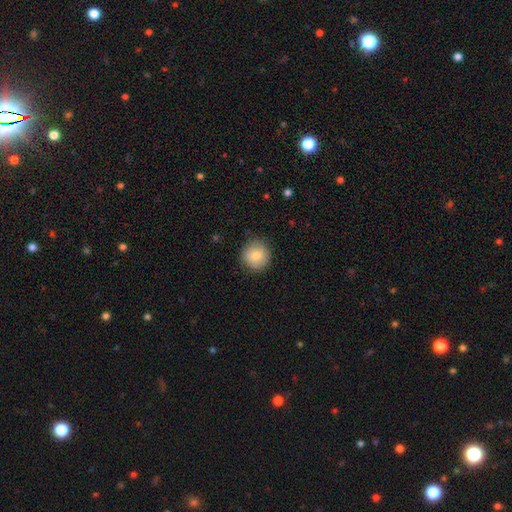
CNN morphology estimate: Q: Smooth or featured?
A: smooth (82%); runner-up: featured or disk (10%)
Q: How rounded?
A: round (93%); runner-up: in between (6%)
Q: Merging?
A: none (86%); runner-up: minor disturbance (10%)